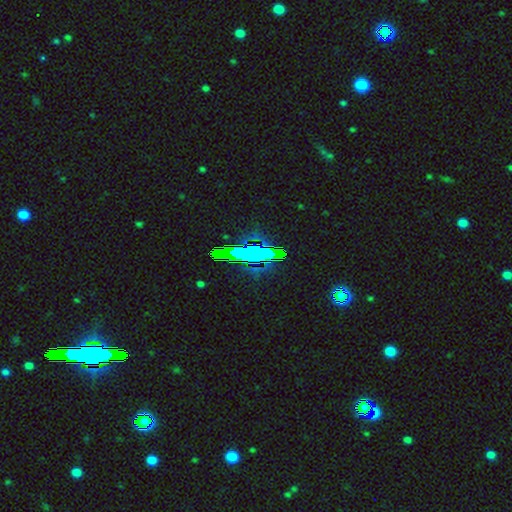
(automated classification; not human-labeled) Smooth or featured?
  - star or artifact: 67% *
  - smooth: 21%
  - featured or disk: 12%